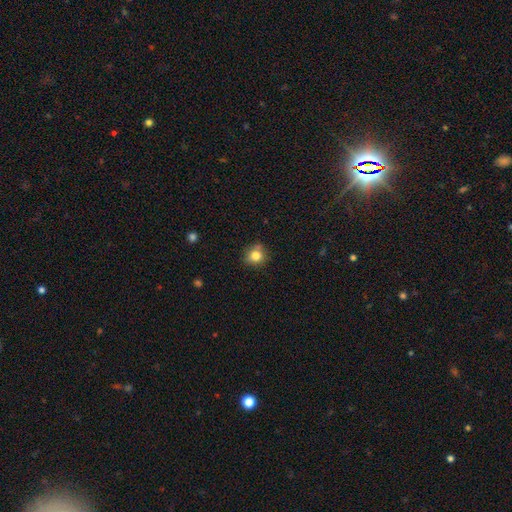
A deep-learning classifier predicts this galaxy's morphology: Smooth or featured? smooth (80%)
How rounded? round (82%)
Merging? none (74%)